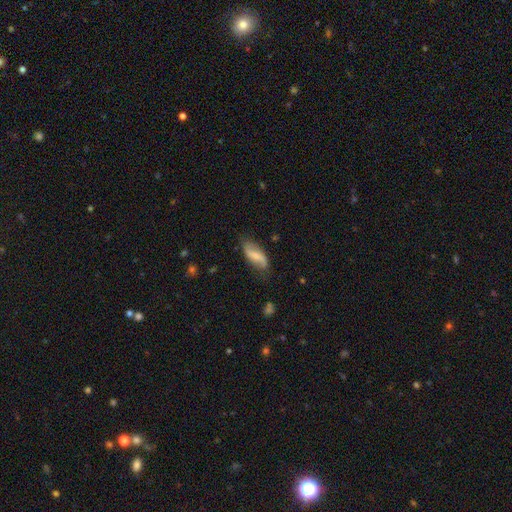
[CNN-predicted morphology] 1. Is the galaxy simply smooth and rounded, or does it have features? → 50% featured or disk, 43% smooth, 7% star or artifact.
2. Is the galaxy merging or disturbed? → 71% none, 21% minor disturbance, 6% major disturbance, 2% merger.